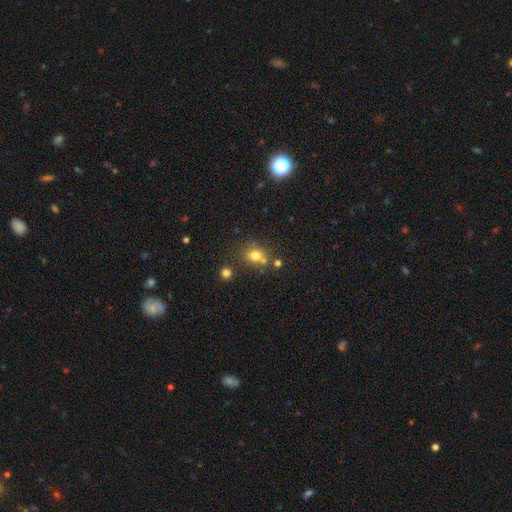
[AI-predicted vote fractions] smooth 75%, star or artifact 16%, featured or disk 10%. Down the decision tree: how rounded — round (69%); merging — none (62%).